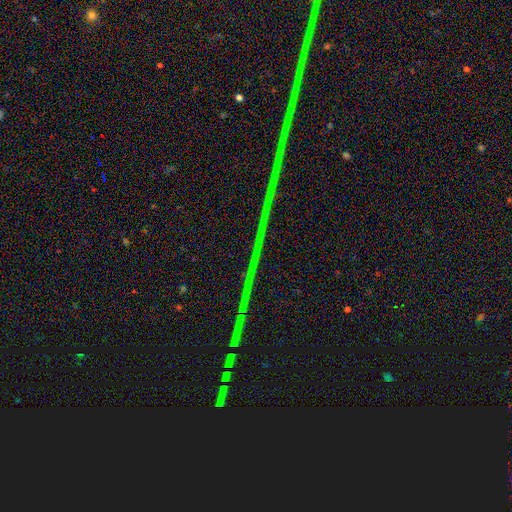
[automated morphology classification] star or artifact 90%, featured or disk 6%, smooth 4%.